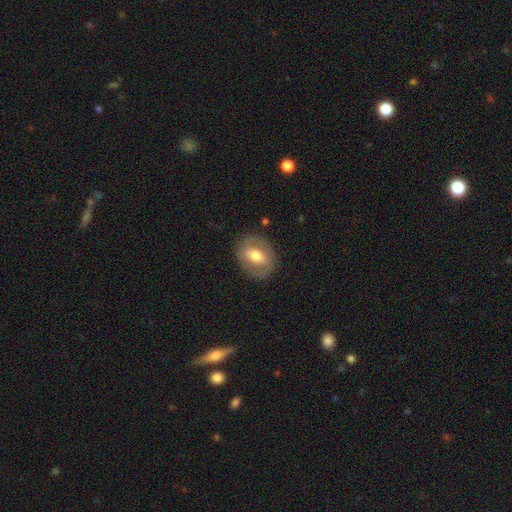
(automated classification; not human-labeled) smooth 48%, featured or disk 45%, star or artifact 7%. Down the decision tree: merging — none (81%).